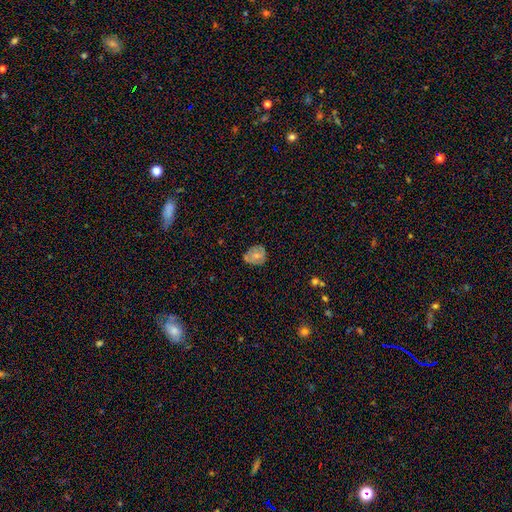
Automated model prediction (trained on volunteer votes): smooth 61%, featured or disk 30%, star or artifact 10%. Down the decision tree: how rounded — round (58%); merging — none (63%).